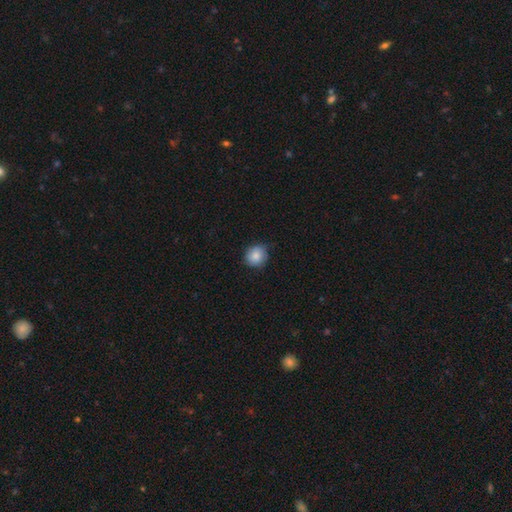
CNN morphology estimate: This is clearly a smooth galaxy (84%). How rounded: clearly round (83%). Merging: likely none (77%).